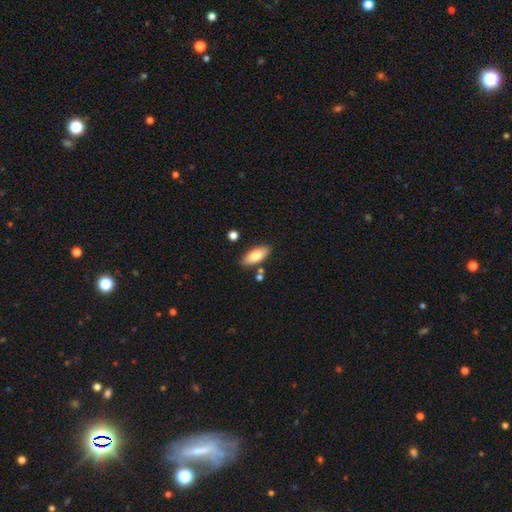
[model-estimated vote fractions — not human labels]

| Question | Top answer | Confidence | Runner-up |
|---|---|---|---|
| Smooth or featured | smooth | 78% | featured or disk (16%) |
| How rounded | in between | 83% | cigar-shaped (14%) |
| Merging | none | 81% | minor disturbance (11%) |